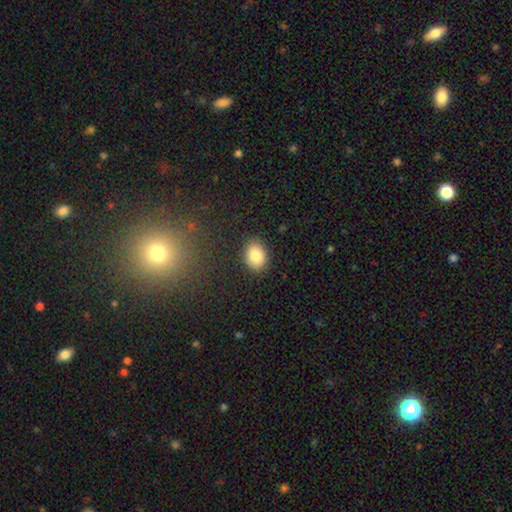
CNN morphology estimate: smooth 84%, star or artifact 9%, featured or disk 8%. Down the decision tree: how rounded — in between (62%); merging — none (88%).